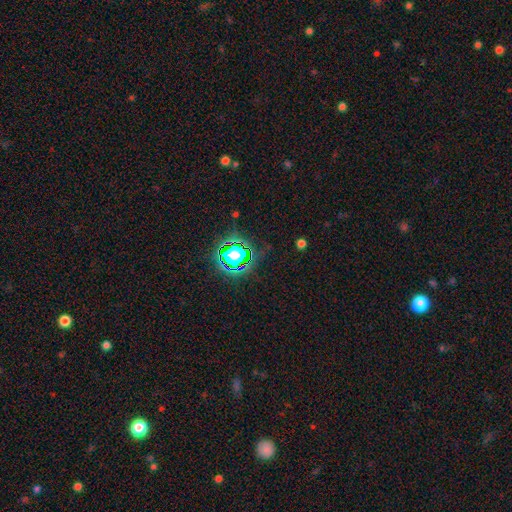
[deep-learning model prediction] Smooth or featured?
  - star or artifact: 78% *
  - smooth: 14%
  - featured or disk: 8%